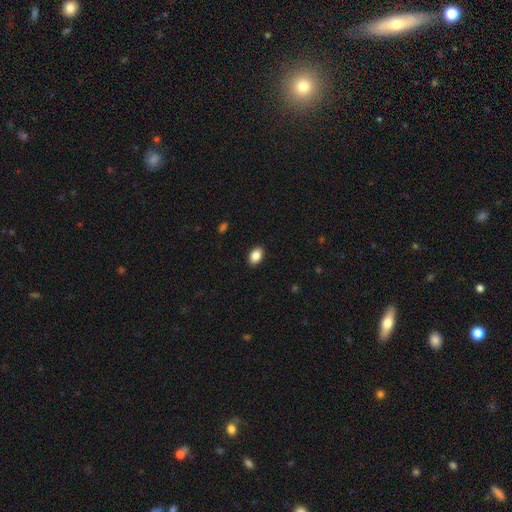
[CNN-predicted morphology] A smooth galaxy with no disk features (86%) that is in between round and cigar-shaped (87%).

Vote fractions:
- Smooth or featured? smooth: 86% / star or artifact: 8% / featured or disk: 6%
- How rounded? in between: 87% / round: 12% / cigar-shaped: 1%
- Merging? none: 89% / minor disturbance: 8% / major disturbance: 2% / merger: 1%